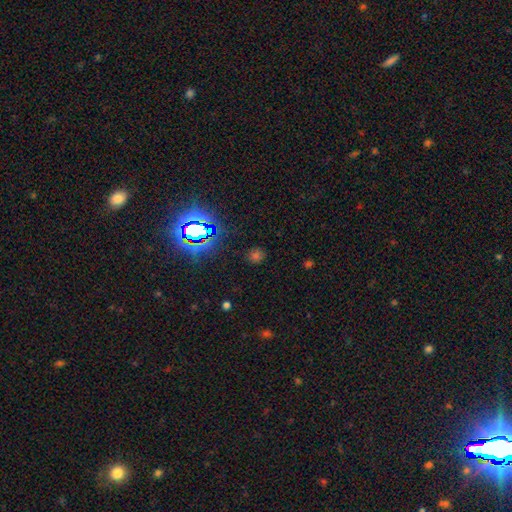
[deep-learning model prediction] This appears to be a star or artifact, not a galaxy (50%).